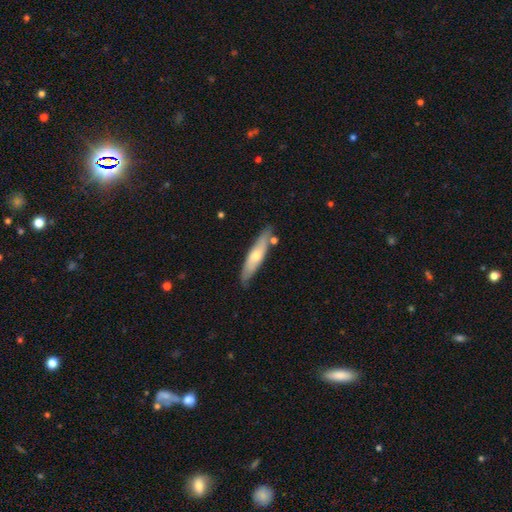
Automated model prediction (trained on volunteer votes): Smooth or featured? smooth (52%)
How rounded? cigar-shaped (74%)
Merging? none (76%)